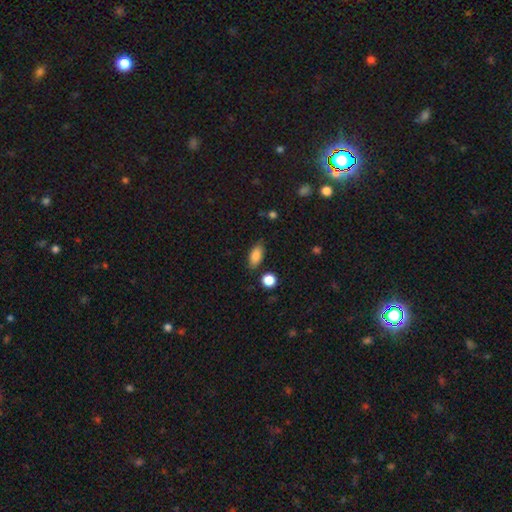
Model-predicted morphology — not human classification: smooth_or_featured: smooth (p=0.85) [alt: star or artifact p=0.08]
how_rounded: in between (p=0.86) [alt: cigar-shaped p=0.08]
merging: none (p=0.82) [alt: minor disturbance p=0.12]